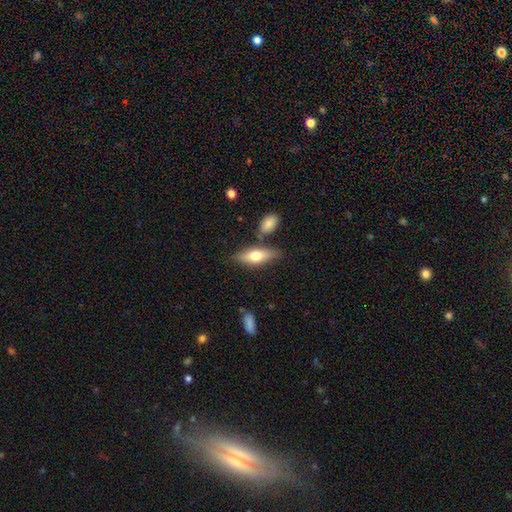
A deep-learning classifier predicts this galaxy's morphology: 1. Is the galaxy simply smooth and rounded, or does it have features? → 64% smooth, 30% featured or disk, 6% star or artifact.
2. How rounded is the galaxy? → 66% in between, 31% cigar-shaped, 3% round.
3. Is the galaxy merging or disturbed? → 70% none, 15% minor disturbance, 11% merger, 4% major disturbance.